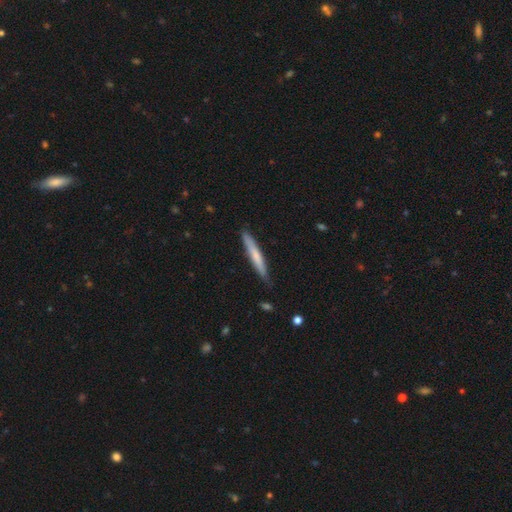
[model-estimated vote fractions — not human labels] Smooth or featured: smooth — 63% (featured or disk — 32%)
How rounded: cigar-shaped — 96% (in between — 3%)
Merging: none — 84% (minor disturbance — 13%)